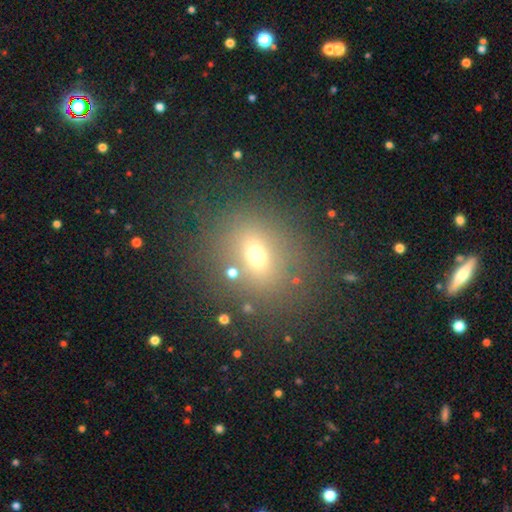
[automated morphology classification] type=smooth (63%); roundness=round (61%); merging=none (75%).